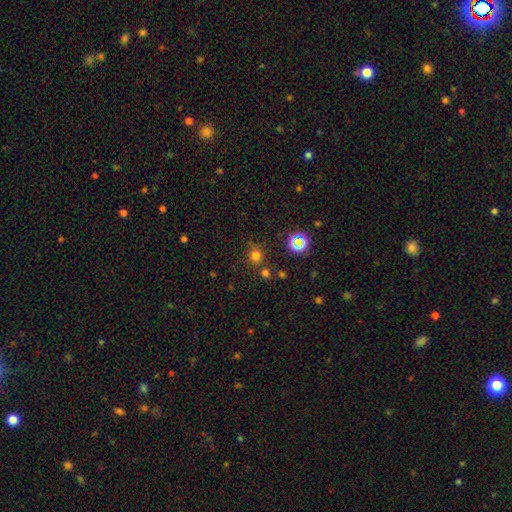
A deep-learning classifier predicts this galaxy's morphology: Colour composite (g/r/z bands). It shows a smooth galaxy with no disk features (69%) that is round (88%). Merging: none (74%).